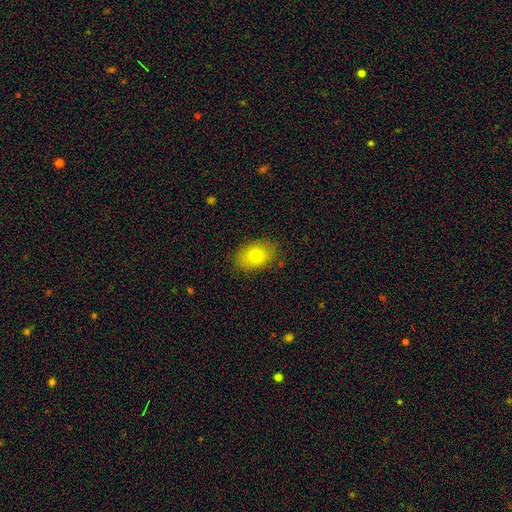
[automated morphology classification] This is likely a smooth galaxy (76%). How rounded: clearly in between (81%). Merging: clearly none (85%).